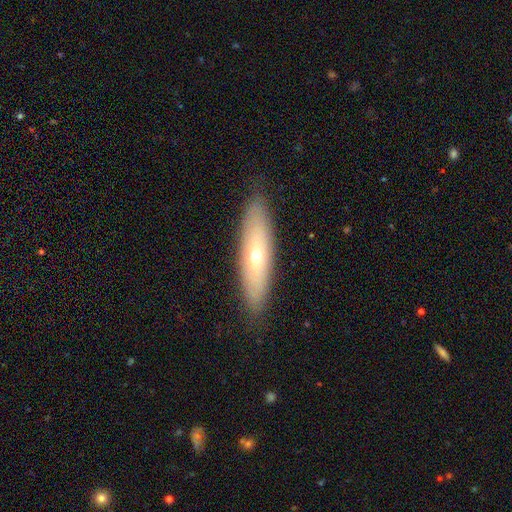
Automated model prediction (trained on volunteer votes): This is possibly a smooth galaxy (47%). Merging: clearly none (87%).